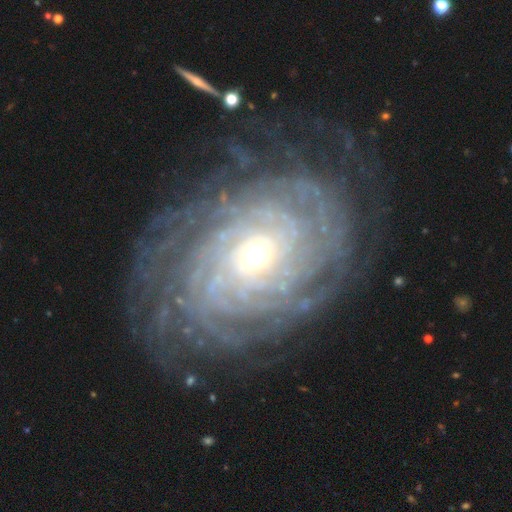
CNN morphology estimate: Smooth or featured? Predicted: featured or disk (p=0.90). Edge-on disk? Predicted: no (p=0.97). Bar? Predicted: no (p=0.61). Spiral arms? Predicted: yes (p=0.97). Spiral winding? Predicted: tight (p=0.79). Spiral arm count? Predicted: more than 4 (p=0.38). Bulge size? Predicted: small (p=0.49). Merging? Predicted: none (p=0.77).